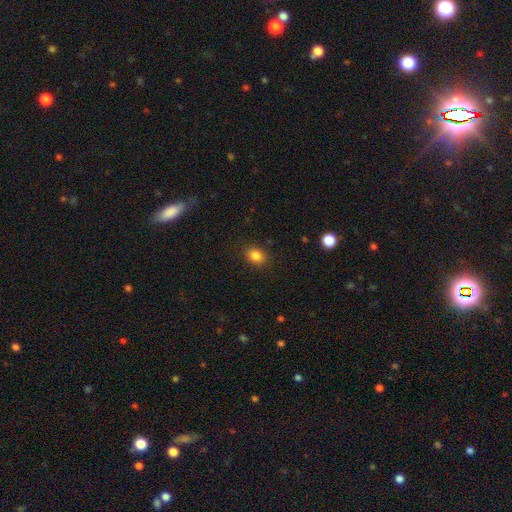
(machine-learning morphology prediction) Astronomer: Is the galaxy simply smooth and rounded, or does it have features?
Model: smooth — 84%.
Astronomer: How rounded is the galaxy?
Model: in between — 57% (runner-up: round, 42%).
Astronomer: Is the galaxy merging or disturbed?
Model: none — 88%.